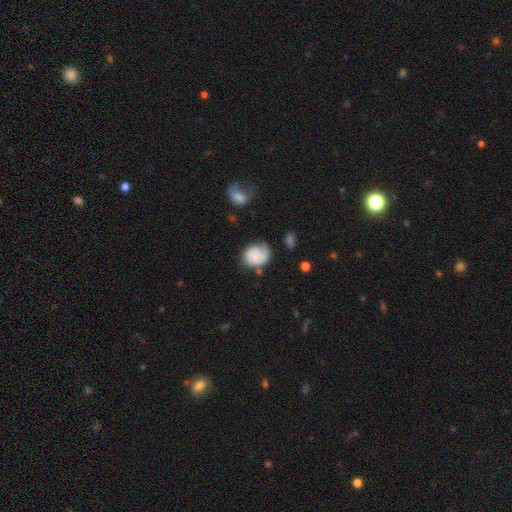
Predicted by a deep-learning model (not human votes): The model was most divided on "smooth or featured": smooth: 51%, featured or disk: 41%, star or artifact: 8%. More confident: how rounded — round (58%); merging — none (58%).